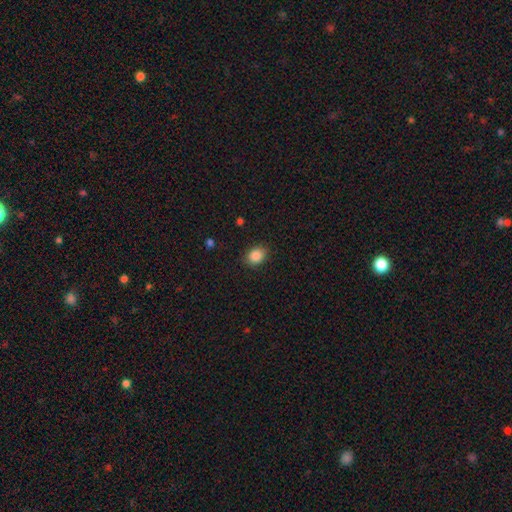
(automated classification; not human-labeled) smooth 87%, star or artifact 9%, featured or disk 4%. Down the decision tree: how rounded — in between (61%); merging — none (87%).